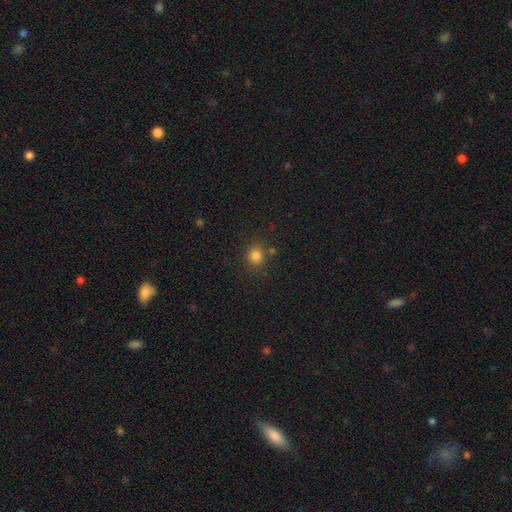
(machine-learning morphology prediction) Q: Smooth or featured?
A: smooth (81%); runner-up: star or artifact (14%)
Q: How rounded?
A: round (84%); runner-up: in between (15%)
Q: Merging?
A: none (79%); runner-up: minor disturbance (10%)